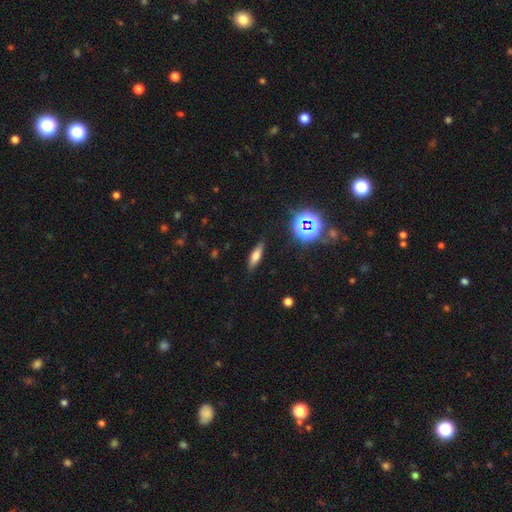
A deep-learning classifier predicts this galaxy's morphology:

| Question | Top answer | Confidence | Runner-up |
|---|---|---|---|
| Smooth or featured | smooth | 59% | featured or disk (27%) |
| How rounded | cigar-shaped | 54% | in between (42%) |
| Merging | none | 86% | minor disturbance (10%) |